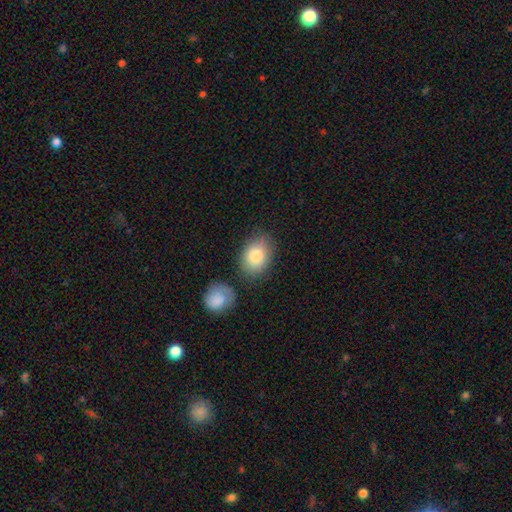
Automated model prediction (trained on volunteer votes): Smooth or featured? smooth (83%)
How rounded? in between (77%)
Merging? none (71%)